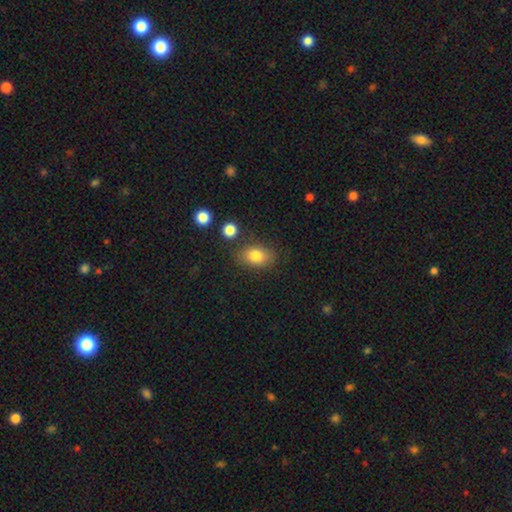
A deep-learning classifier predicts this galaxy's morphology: Smooth or featured? Predicted: smooth (p=0.81). How rounded? Predicted: in between (p=0.81). Merging? Predicted: none (p=0.78).